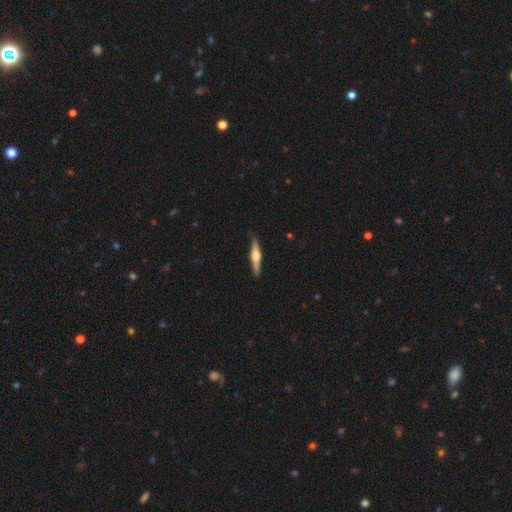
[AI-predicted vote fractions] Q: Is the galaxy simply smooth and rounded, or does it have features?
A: featured or disk — 63%.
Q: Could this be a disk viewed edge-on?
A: yes — 97%.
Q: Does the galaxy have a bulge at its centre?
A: rounded — 90%.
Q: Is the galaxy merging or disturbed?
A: none — 87%.